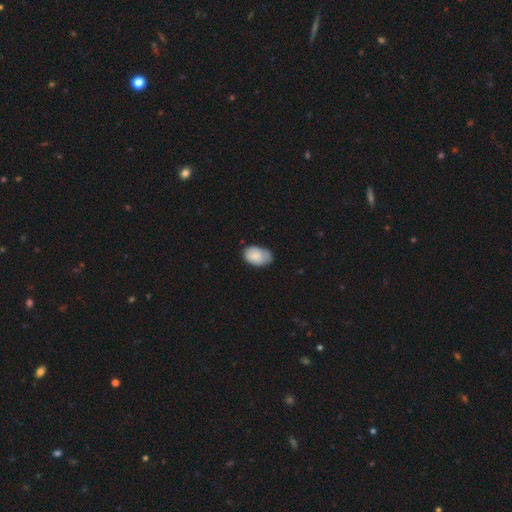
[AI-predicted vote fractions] A smooth galaxy with no disk features (84%) that is in between round and cigar-shaped (89%).

Vote fractions:
- Smooth or featured? smooth: 84% / featured or disk: 10% / star or artifact: 7%
- How rounded? in between: 89% / round: 10% / cigar-shaped: 1%
- Merging? none: 58% / minor disturbance: 34% / major disturbance: 6% / merger: 2%